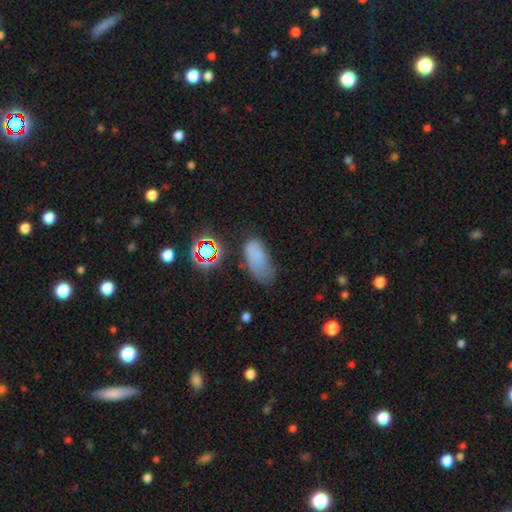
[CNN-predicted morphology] This appears to be a smooth galaxy with no disk features (67%) that is in between round and cigar-shaped (88%). Merging: none (50%).